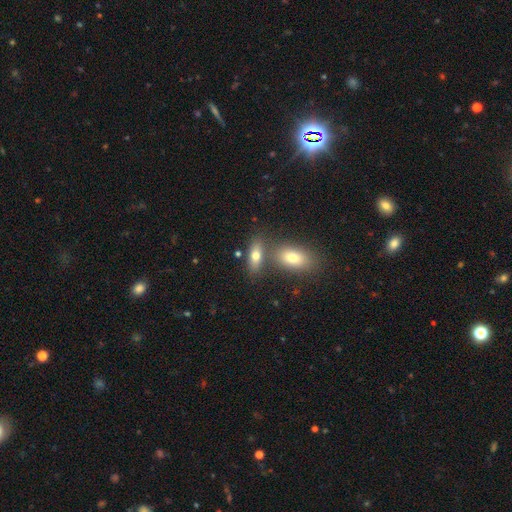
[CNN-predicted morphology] smooth 72%, featured or disk 19%, star or artifact 9%. Down the decision tree: how rounded — in between (78%); merging — none (55%).